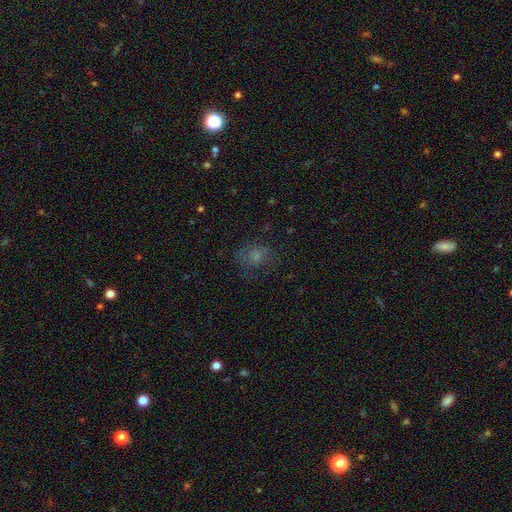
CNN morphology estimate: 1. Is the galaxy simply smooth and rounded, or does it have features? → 59% smooth, 21% featured or disk, 20% star or artifact.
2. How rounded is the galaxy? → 61% round, 38% in between, 1% cigar-shaped.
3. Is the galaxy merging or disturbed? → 60% none, 21% minor disturbance, 18% major disturbance, 2% merger.